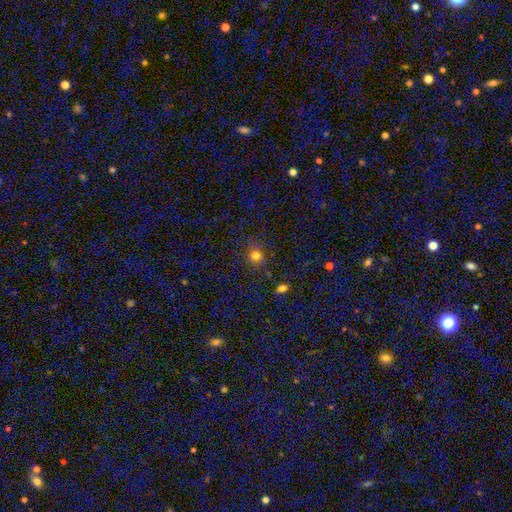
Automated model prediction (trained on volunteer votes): smooth 74%, star or artifact 19%, featured or disk 7%. Down the decision tree: how rounded — round (81%); merging — none (79%).